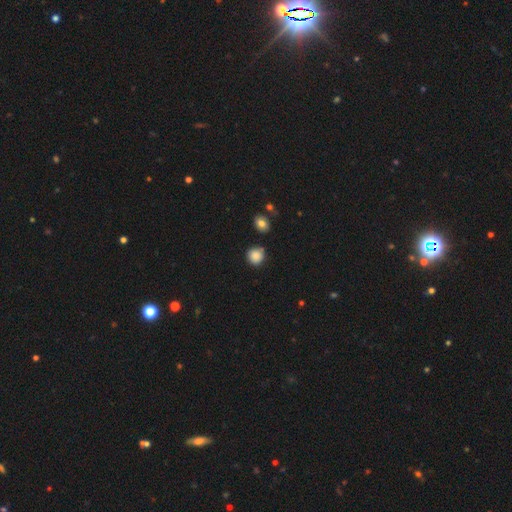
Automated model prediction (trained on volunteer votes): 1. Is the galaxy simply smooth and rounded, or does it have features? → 86% smooth, 9% star or artifact, 4% featured or disk.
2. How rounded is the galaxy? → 89% round, 10% in between, 1% cigar-shaped.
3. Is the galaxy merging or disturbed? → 78% none, 15% minor disturbance, 5% merger, 3% major disturbance.